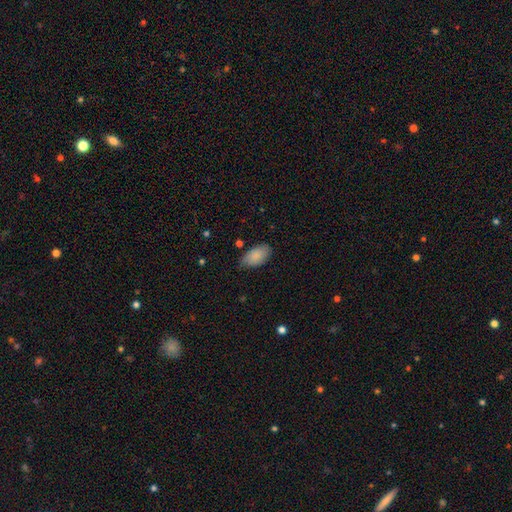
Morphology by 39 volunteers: Q: Smooth or featured?
A: smooth (95%); runner-up: featured or disk (5%)
Q: How rounded?
A: in between (100%)
Q: Merging?
A: none (79%); runner-up: minor disturbance (18%)